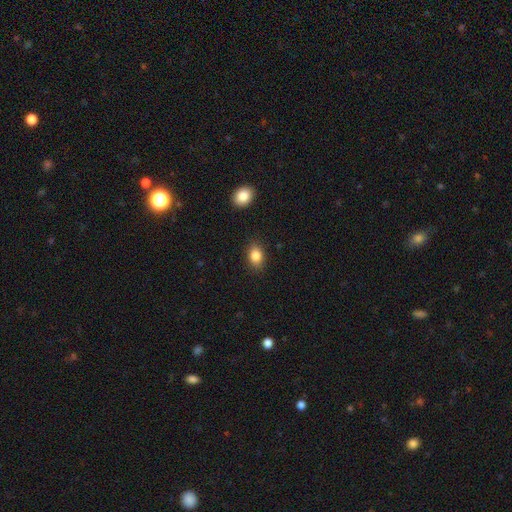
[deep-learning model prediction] This is clearly a smooth galaxy (84%). How rounded: likely in between (75%). Merging: clearly none (85%).